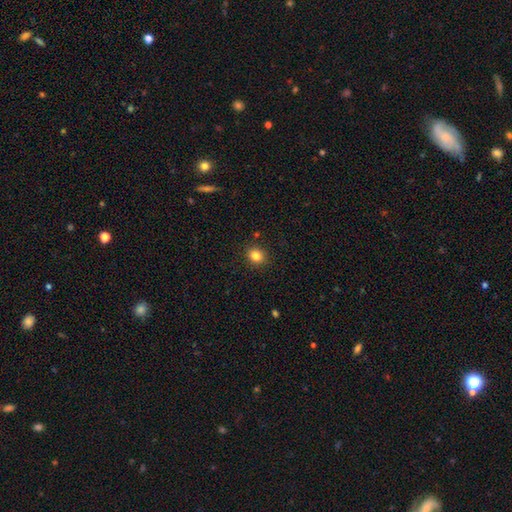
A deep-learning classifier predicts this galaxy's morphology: A smooth galaxy with no disk features (83%) that is round (69%).

Vote fractions:
- Smooth or featured? smooth: 83% / star or artifact: 11% / featured or disk: 5%
- How rounded? round: 69% / in between: 30% / cigar-shaped: 1%
- Merging? none: 89% / minor disturbance: 7% / major disturbance: 2% / merger: 1%